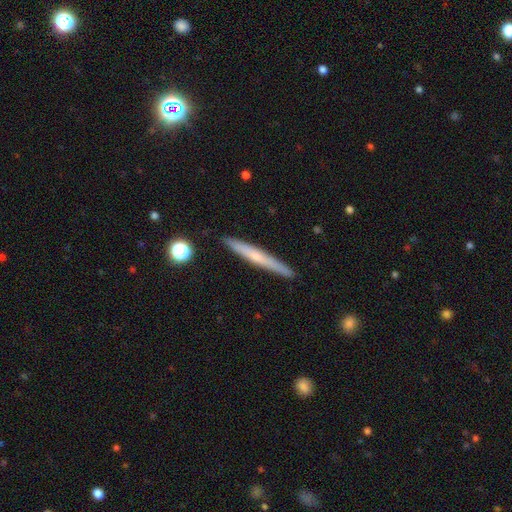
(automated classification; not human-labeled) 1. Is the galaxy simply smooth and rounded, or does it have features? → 49% smooth, 45% featured or disk, 7% star or artifact.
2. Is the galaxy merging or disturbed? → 90% none, 7% minor disturbance, 1% major disturbance, 1% merger.